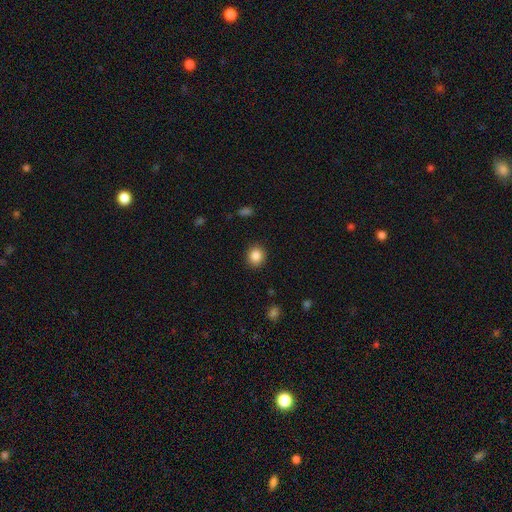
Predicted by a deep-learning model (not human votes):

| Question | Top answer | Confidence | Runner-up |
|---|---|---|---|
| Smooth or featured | smooth | 86% | star or artifact (9%) |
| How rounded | round | 83% | in between (16%) |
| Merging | none | 90% | minor disturbance (6%) |